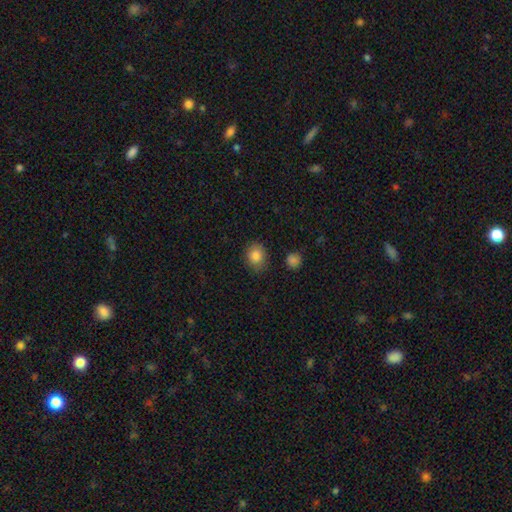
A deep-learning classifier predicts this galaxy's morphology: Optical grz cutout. It shows a smooth galaxy with no disk features (85%) that is round (58%). Merging: none (83%).